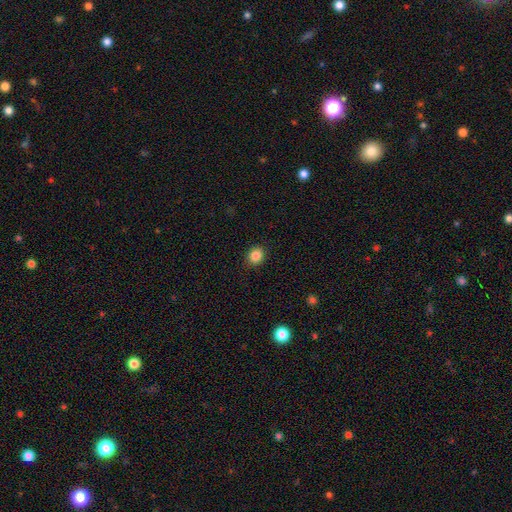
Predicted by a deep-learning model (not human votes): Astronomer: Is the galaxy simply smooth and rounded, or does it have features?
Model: smooth — 86%.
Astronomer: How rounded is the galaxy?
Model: round — 69%.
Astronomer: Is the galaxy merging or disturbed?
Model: none — 90%.